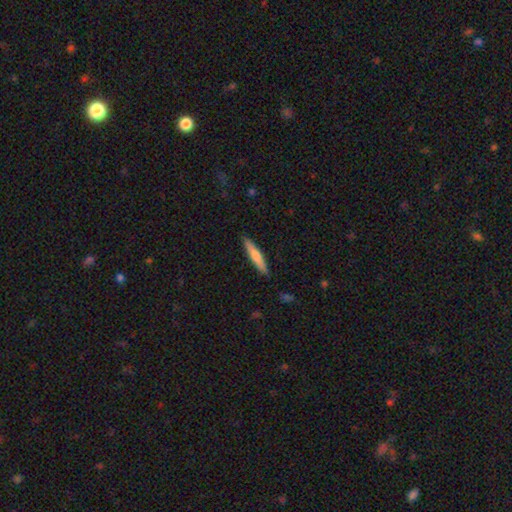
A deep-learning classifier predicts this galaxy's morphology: A smooth galaxy with no disk features (65%) that is cigar-shaped (91%).

Vote fractions:
- Smooth or featured? smooth: 65% / featured or disk: 29% / star or artifact: 5%
- How rounded? cigar-shaped: 91% / in between: 8% / round: 1%
- Merging? none: 90% / minor disturbance: 8% / major disturbance: 2% / merger: 1%